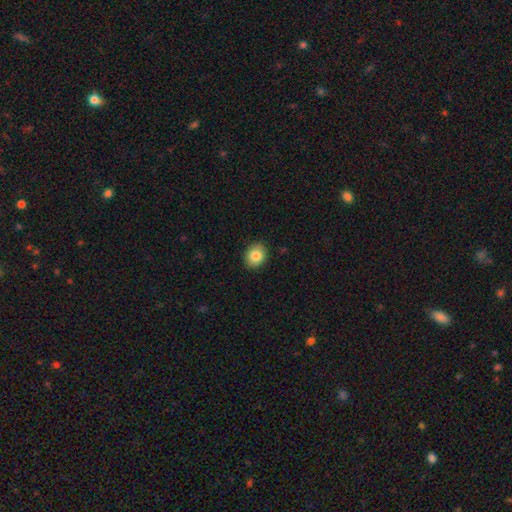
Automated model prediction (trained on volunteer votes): This appears to be a smooth galaxy with no disk features (84%) that is round (61%). Merging: none (90%).